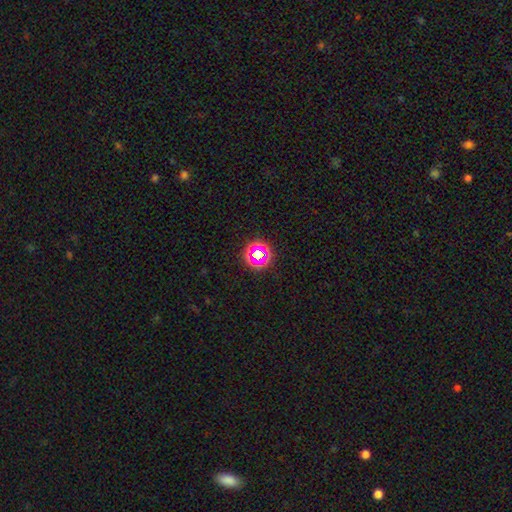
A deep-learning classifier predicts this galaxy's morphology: star or artifact 54%, smooth 32%, featured or disk 14%.